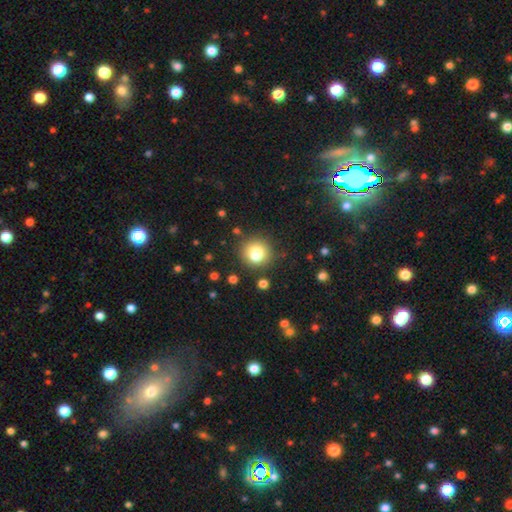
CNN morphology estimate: A smooth galaxy with no disk features (79%) that is round (87%).

Vote fractions:
- Smooth or featured? smooth: 79% / star or artifact: 12% / featured or disk: 9%
- How rounded? round: 87% / in between: 12% / cigar-shaped: 1%
- Merging? none: 78% / minor disturbance: 12% / merger: 7% / major disturbance: 4%